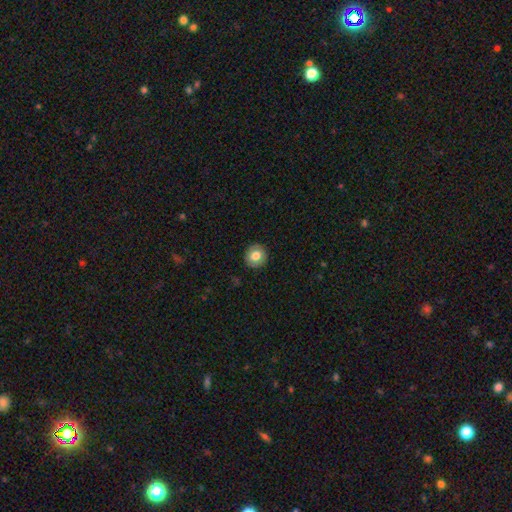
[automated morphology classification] This is likely a smooth galaxy (75%). How rounded: clearly round (90%). Merging: clearly none (90%).